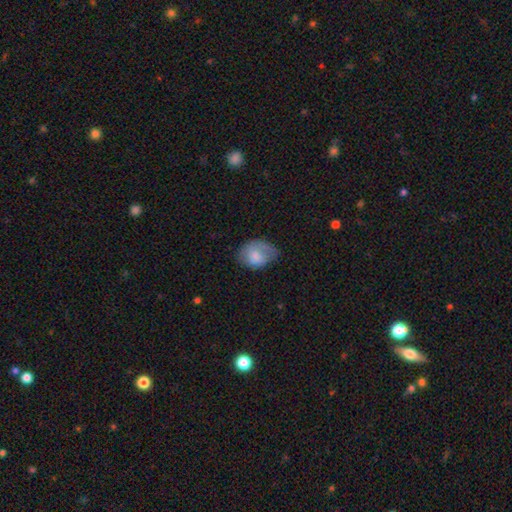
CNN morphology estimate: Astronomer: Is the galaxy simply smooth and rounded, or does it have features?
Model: smooth — 72%.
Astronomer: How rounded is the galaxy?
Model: in between — 70%.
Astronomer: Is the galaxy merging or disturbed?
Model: none — 39% (runner-up: minor disturbance, 38%).